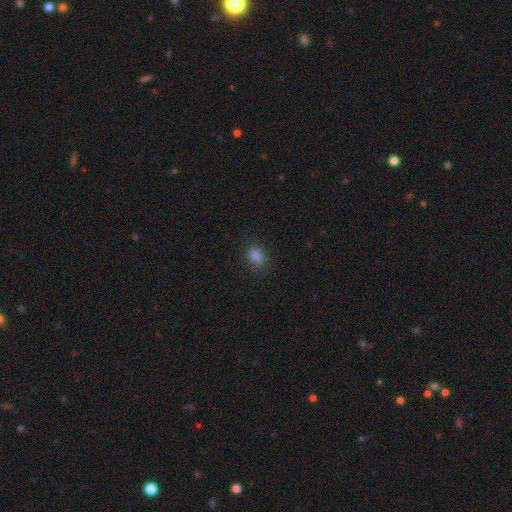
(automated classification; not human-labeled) Q: Smooth or featured?
A: smooth (82%); runner-up: star or artifact (14%)
Q: How rounded?
A: in between (75%); runner-up: round (23%)
Q: Merging?
A: none (80%); runner-up: minor disturbance (14%)